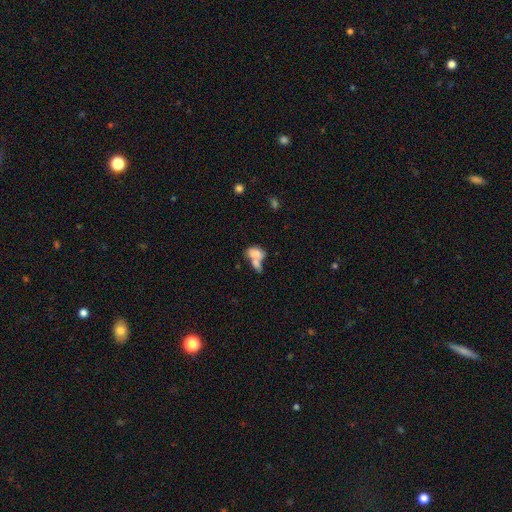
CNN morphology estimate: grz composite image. It shows a smooth galaxy with no disk features (71%) that is in between round and cigar-shaped (85%). Merging: merger (67%).